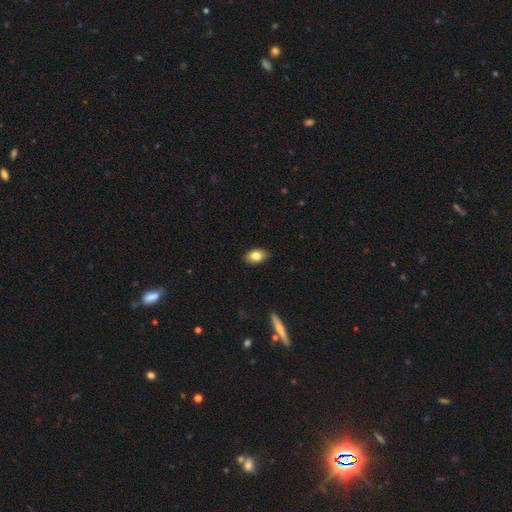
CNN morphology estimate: The model was most divided on "smooth or featured": smooth: 81%, featured or disk: 11%, star or artifact: 8%. More confident: how rounded — in between (88%); merging — none (88%).